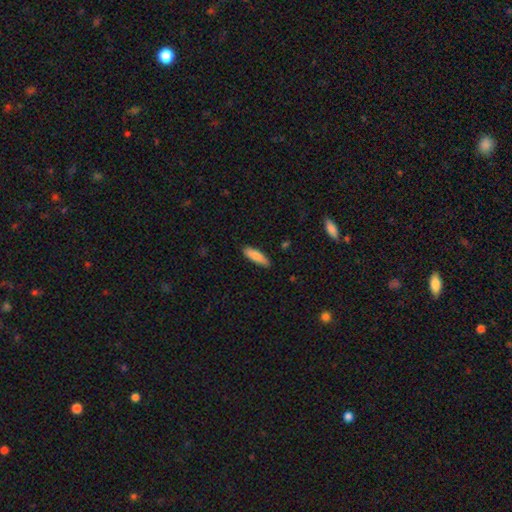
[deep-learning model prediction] Smooth or featured? smooth (82%)
How rounded? cigar-shaped (56%)
Merging? none (86%)